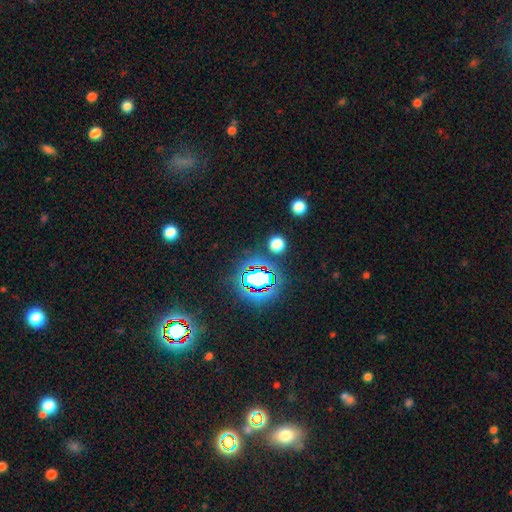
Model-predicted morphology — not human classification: Smooth or featured?
  - star or artifact: 80% *
  - smooth: 13%
  - featured or disk: 8%